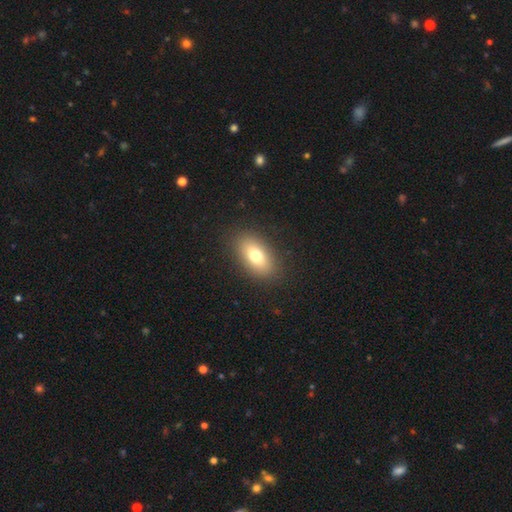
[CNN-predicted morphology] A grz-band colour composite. It shows a smooth galaxy with no disk features (75%) that is in between round and cigar-shaped (88%). Merging: none (88%).